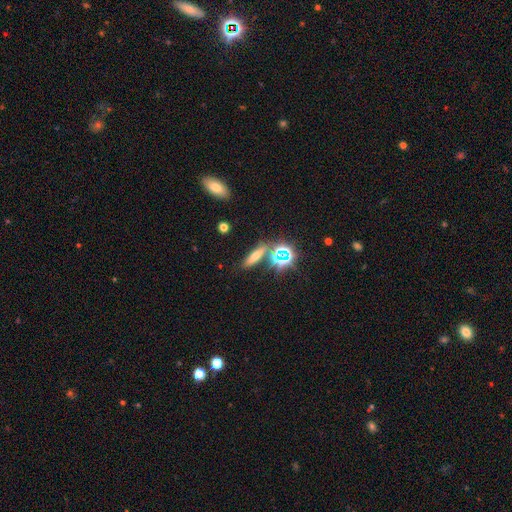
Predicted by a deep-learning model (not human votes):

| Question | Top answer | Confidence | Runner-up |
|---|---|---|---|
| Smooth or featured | smooth | 47% | star or artifact (30%) |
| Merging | none | 75% | merger (11%) |